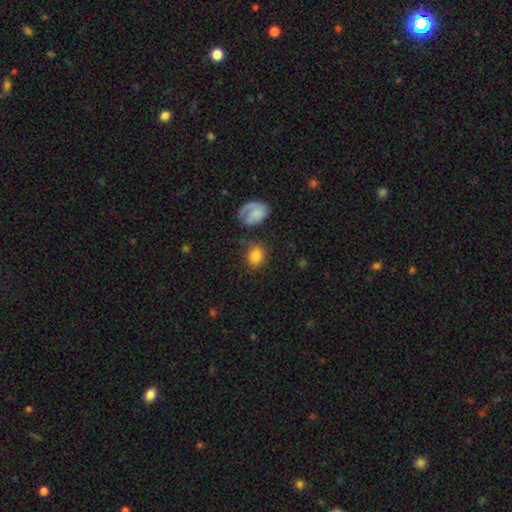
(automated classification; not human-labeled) The model was most divided on "how rounded": round: 53%, in between: 46%, cigar-shaped: 1%. More confident: smooth or featured — smooth (80%); merging — none (64%).